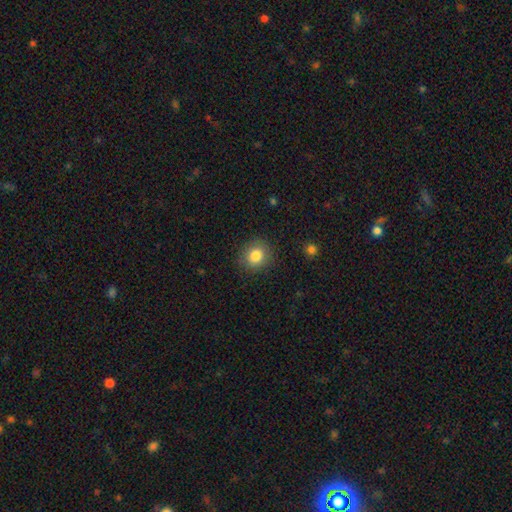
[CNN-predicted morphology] Smooth or featured? smooth (83%)
How rounded? round (78%)
Merging? none (88%)